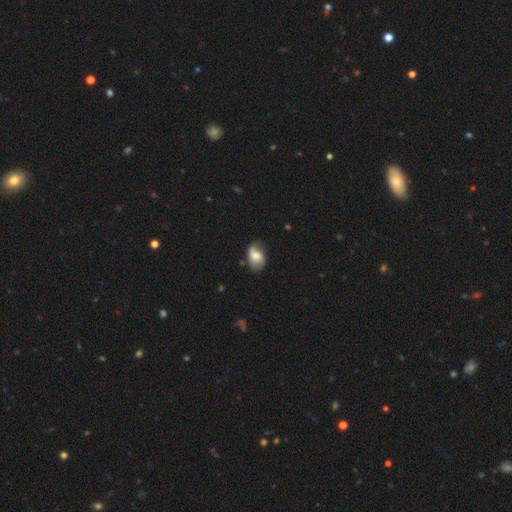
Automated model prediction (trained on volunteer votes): Morphology: type=smooth (54%); roundness=in between (81%); merging=none (56%).